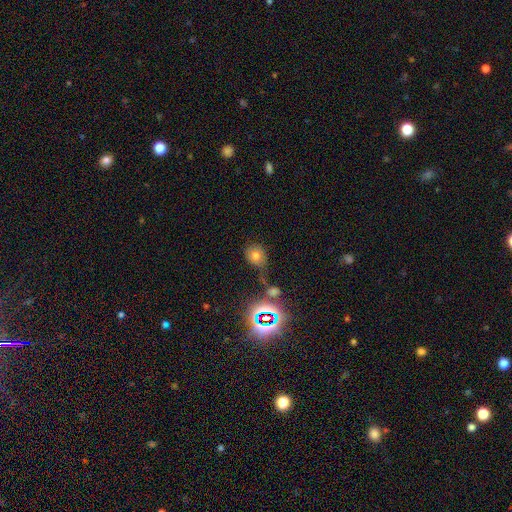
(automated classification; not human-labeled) Smooth or featured: smooth — 61% (star or artifact — 26%)
How rounded: round — 68% (in between — 30%)
Merging: none — 63% (minor disturbance — 20%)